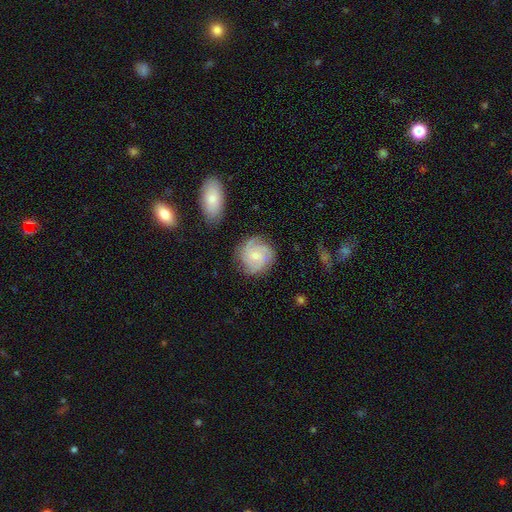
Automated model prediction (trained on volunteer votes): A featured or disk galaxy (67%) with no bar (73%), 3 (38%) tight (51%) spiral arms (93%) and a small central bulge (63%). Merging: none (76%).